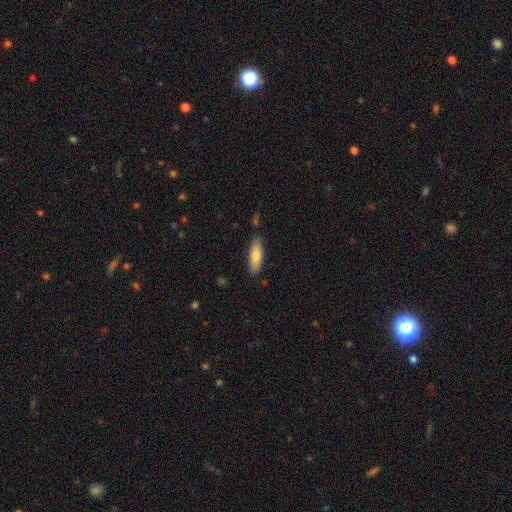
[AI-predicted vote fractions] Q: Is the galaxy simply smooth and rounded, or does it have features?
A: smooth — 79%.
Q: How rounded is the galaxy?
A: in between — 51%.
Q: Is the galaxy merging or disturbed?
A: none — 84%.